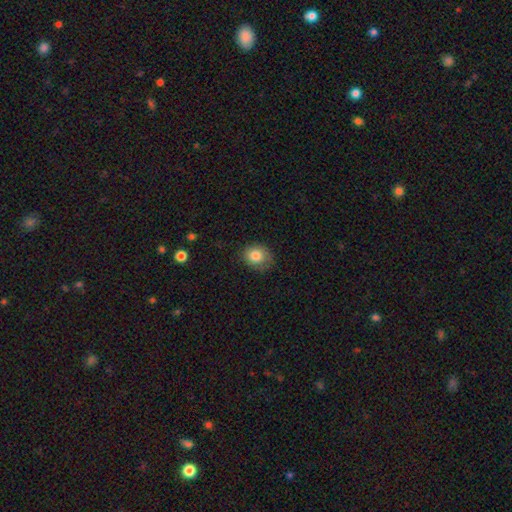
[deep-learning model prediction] The model was most divided on "how rounded": round: 66%, in between: 34%, cigar-shaped: 1%. More confident: smooth or featured — smooth (82%); merging — none (70%).